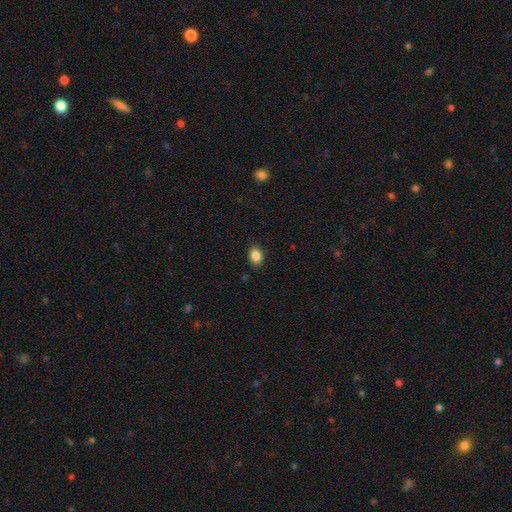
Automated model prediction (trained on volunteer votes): A smooth galaxy with no disk features (87%) that is in between round and cigar-shaped (76%). Merging: none (88%).